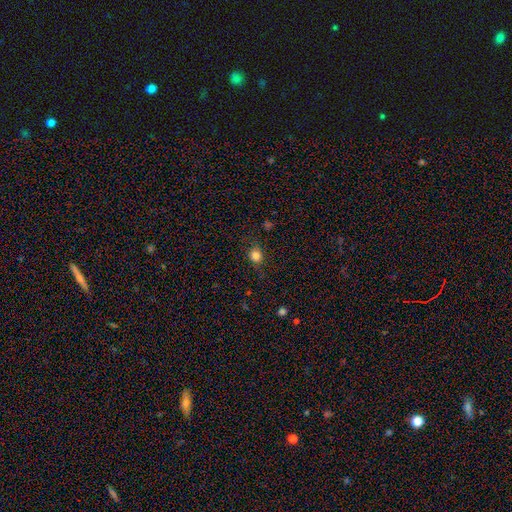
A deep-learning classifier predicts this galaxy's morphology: smooth_or_featured: smooth (p=0.81) [alt: star or artifact p=0.12]
how_rounded: round (p=0.68) [alt: in between p=0.30]
merging: none (p=0.79) [alt: minor disturbance p=0.15]